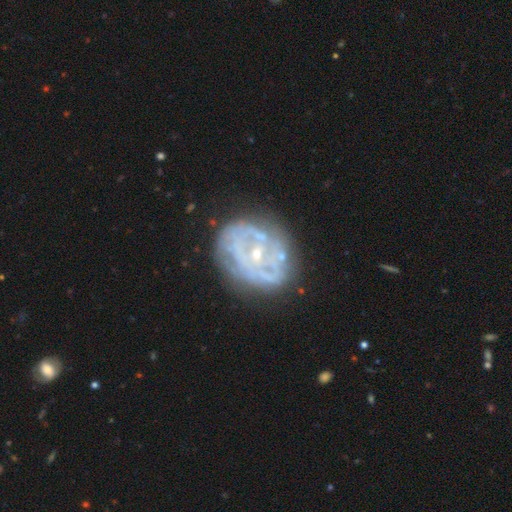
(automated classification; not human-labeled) A featured or disk galaxy (78%) with no bar (67%), spiral arms (64%) and a small central bulge (72%).

Vote fractions:
- Smooth or featured? featured or disk: 78% / smooth: 13% / star or artifact: 9%
- Edge-on disk? no: 97% / yes: 3%
- Bar? no: 67% / weak: 24% / strong: 9%
- Spiral arms? yes: 64% / no: 36%
- Bulge size? small: 72% / moderate: 23% / none: 3% / large: 1% / dominant: 1%
- Merging? none: 68% / minor disturbance: 19% / major disturbance: 10% / merger: 3%